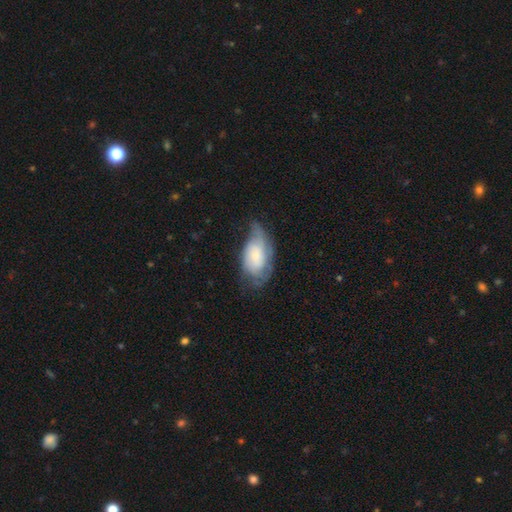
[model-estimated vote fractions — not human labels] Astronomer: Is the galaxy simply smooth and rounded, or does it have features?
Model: featured or disk — 56% (runner-up: smooth, 38%).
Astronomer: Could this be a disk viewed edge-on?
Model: no — 94%.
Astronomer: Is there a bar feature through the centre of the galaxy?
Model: no — 75%.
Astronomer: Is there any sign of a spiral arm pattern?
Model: yes — 79%.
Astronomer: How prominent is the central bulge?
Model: small — 56%.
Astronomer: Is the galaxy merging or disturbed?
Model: none — 43% (runner-up: minor disturbance, 33%).